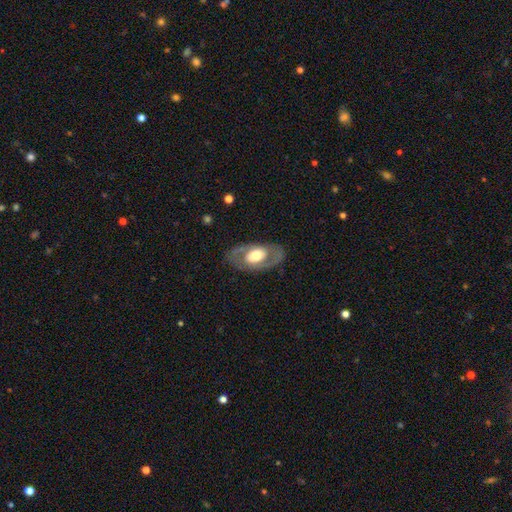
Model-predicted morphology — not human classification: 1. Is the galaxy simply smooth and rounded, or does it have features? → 63% featured or disk, 32% smooth, 5% star or artifact.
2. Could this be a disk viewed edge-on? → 90% no, 10% yes.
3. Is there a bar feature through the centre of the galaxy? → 70% no, 20% weak, 10% strong.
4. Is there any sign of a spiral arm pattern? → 65% no, 35% yes.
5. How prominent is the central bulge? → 52% moderate, 36% large, 7% small, 3% dominant, 1% none.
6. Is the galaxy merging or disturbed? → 80% none, 12% minor disturbance, 7% major disturbance, 1% merger.